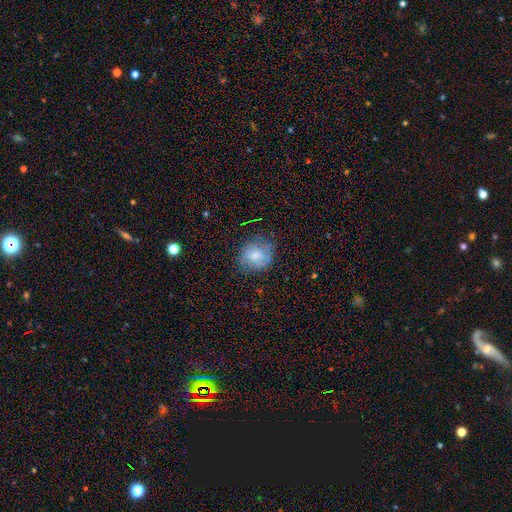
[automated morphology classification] Smooth or featured?
  - smooth: 69% *
  - featured or disk: 23%
  - star or artifact: 9%
How rounded?
  - round: 71% *
  - in between: 28%
  - cigar-shaped: 1%
Merging?
  - none: 67% *
  - minor disturbance: 24%
  - major disturbance: 8%
  - merger: 1%